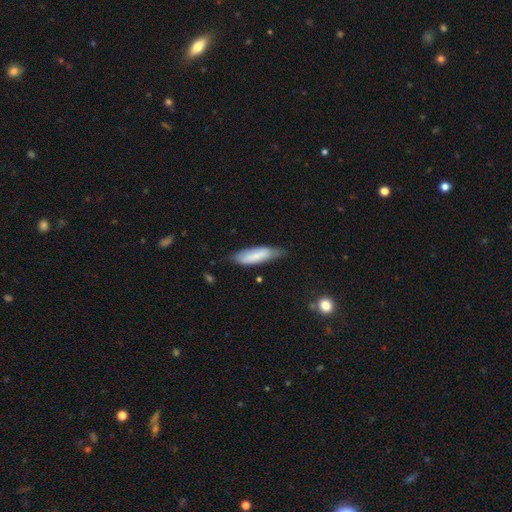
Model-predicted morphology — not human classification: Smooth or featured?
  - smooth: 75% *
  - featured or disk: 19%
  - star or artifact: 6%
How rounded?
  - cigar-shaped: 51% *
  - in between: 47%
  - round: 1%
Merging?
  - none: 66% *
  - minor disturbance: 27%
  - major disturbance: 5%
  - merger: 2%